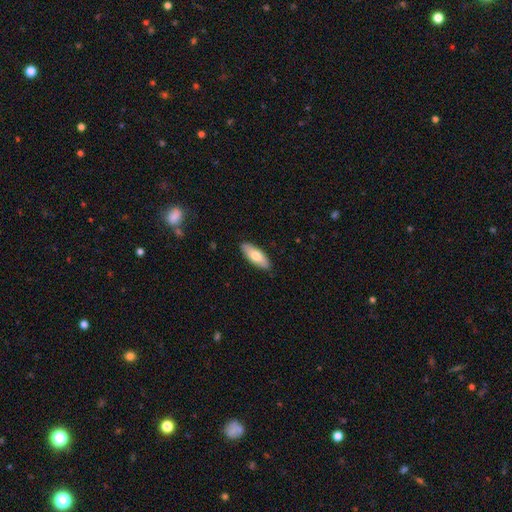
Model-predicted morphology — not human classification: A smooth galaxy with no disk features (75%) that is in between round and cigar-shaped (73%).

Vote fractions:
- Smooth or featured? smooth: 75% / featured or disk: 20% / star or artifact: 5%
- How rounded? in between: 73% / cigar-shaped: 25% / round: 2%
- Merging? none: 88% / minor disturbance: 9% / major disturbance: 2% / merger: 1%